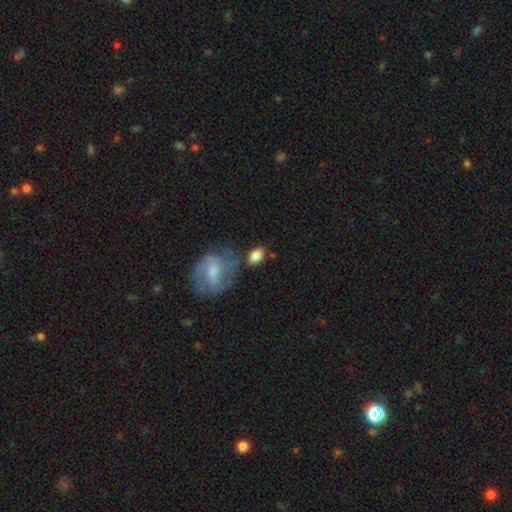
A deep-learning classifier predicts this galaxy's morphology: The model was most divided on "merging": none: 66%, minor disturbance: 18%, merger: 10%, major disturbance: 7%. More confident: how rounded — in between (89%); smooth or featured — smooth (82%).